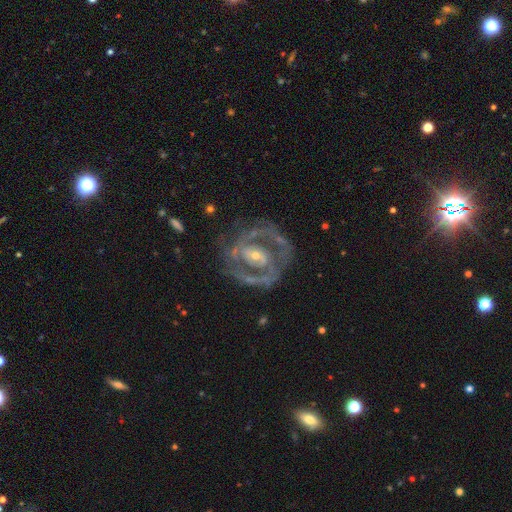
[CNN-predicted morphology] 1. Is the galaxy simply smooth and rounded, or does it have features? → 88% featured or disk, 7% smooth, 5% star or artifact.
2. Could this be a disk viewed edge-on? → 97% no, 3% yes.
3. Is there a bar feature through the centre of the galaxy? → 43% no, 34% weak, 23% strong.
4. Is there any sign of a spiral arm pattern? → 85% yes, 15% no.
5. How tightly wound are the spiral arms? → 44% tight (tied), 44% medium (tied), 13% loose.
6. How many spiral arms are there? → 63% 2, 16% can't tell, 10% 3, 5% 1, 3% 4, 3% more than 4.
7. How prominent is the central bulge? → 61% small, 34% moderate, 3% large, 2% none, 1% dominant.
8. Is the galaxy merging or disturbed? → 66% none, 17% minor disturbance, 15% major disturbance, 2% merger.